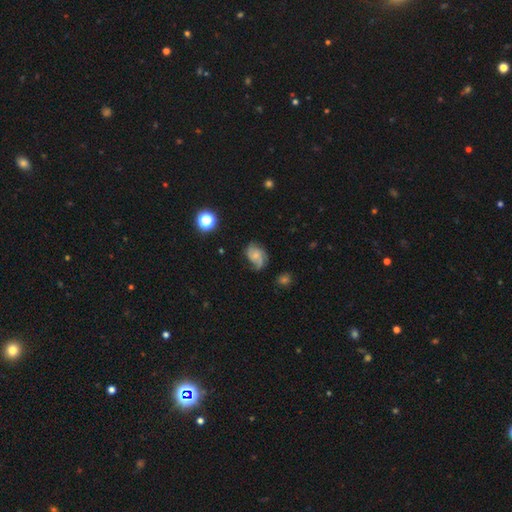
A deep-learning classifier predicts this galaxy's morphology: This appears to be a featured or disk galaxy (69%) with no bar (70%), 2 (37%) medium (45%) spiral arms (93%) and a small central bulge (58%). Merging: none (57%).